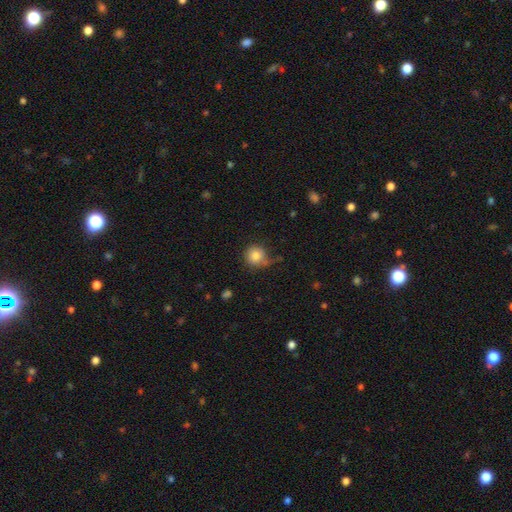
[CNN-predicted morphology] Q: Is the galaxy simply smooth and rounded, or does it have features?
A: smooth — 83%.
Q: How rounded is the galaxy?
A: round — 91%.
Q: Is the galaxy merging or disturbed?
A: none — 66%.